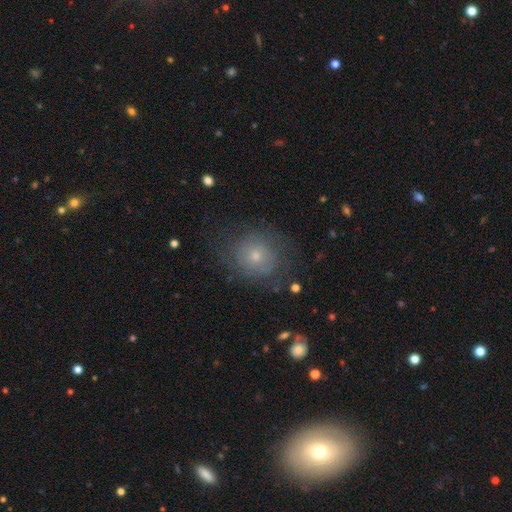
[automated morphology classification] smooth_or_featured: smooth (p=0.44) [alt: featured or disk p=0.41]
merging: none (p=0.73) [alt: minor disturbance p=0.16]